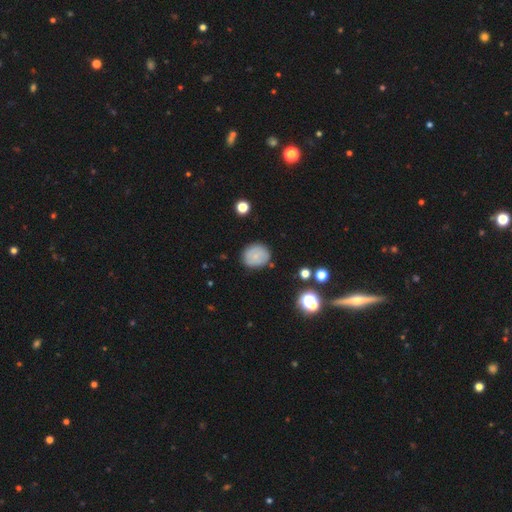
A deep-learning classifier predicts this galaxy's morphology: This appears to be a smooth galaxy with no disk features (69%) that is round (75%). Merging: none (81%).